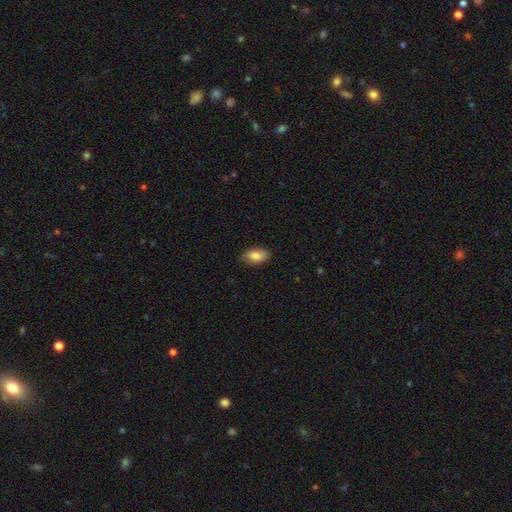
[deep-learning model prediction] Smooth or featured?
  - smooth: 85% *
  - featured or disk: 8%
  - star or artifact: 7%
How rounded?
  - in between: 92% *
  - round: 4%
  - cigar-shaped: 4%
Merging?
  - none: 87% *
  - minor disturbance: 10%
  - major disturbance: 2%
  - merger: 1%